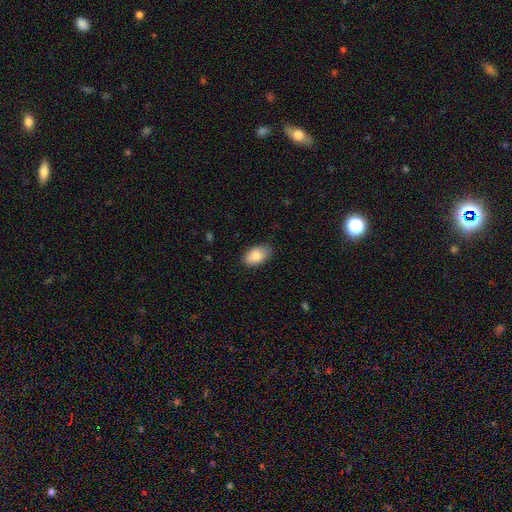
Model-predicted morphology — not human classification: Overall: smooth (86%). How rounded: in between (93%). Merging: none (85%).